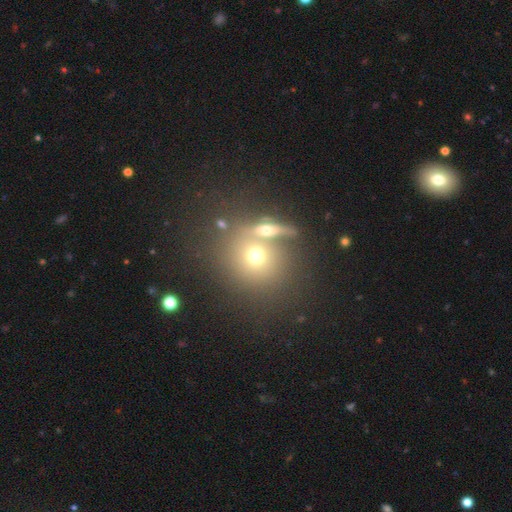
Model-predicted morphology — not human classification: Smooth or featured: smooth — 63% (featured or disk — 22%)
How rounded: round — 84% (in between — 15%)
Merging: none — 53% (merger — 31%)